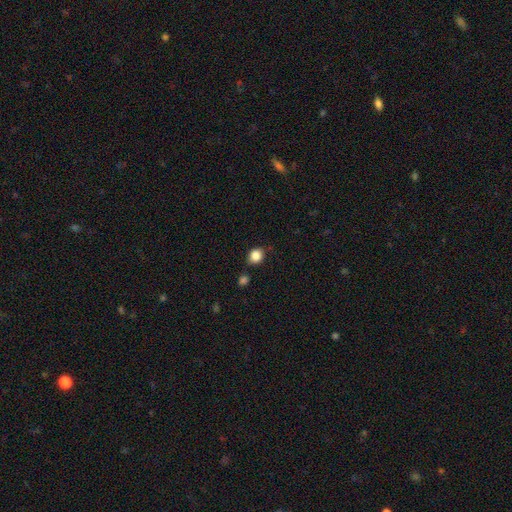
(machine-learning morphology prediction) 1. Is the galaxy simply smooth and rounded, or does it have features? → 86% smooth, 10% star or artifact, 4% featured or disk.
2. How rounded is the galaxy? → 70% round, 29% in between, 1% cigar-shaped.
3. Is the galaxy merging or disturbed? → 80% none, 12% minor disturbance, 5% merger, 3% major disturbance.